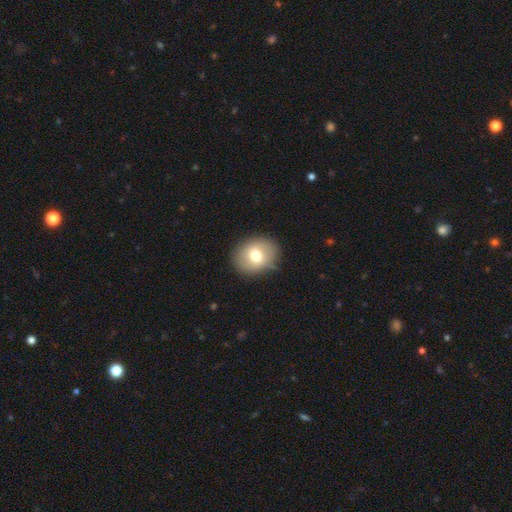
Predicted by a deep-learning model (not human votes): A smooth galaxy with no disk features (73%) that is round (55%). Merging: none (85%).